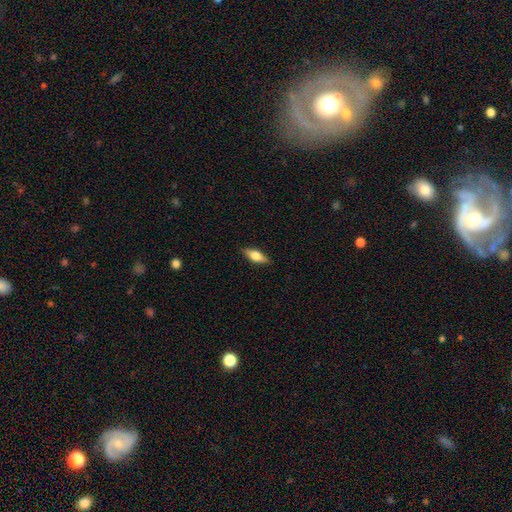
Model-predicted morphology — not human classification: Smooth or featured?
  - smooth: 60% *
  - featured or disk: 33%
  - star or artifact: 7%
How rounded?
  - in between: 67% *
  - cigar-shaped: 30%
  - round: 3%
Merging?
  - none: 87% *
  - minor disturbance: 10%
  - major disturbance: 2%
  - merger: 1%